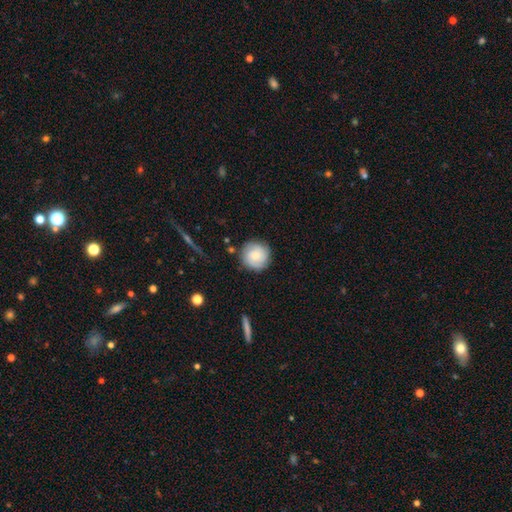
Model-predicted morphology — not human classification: smooth 55%, featured or disk 37%, star or artifact 8%. Down the decision tree: how rounded — round (93%); merging — none (83%).